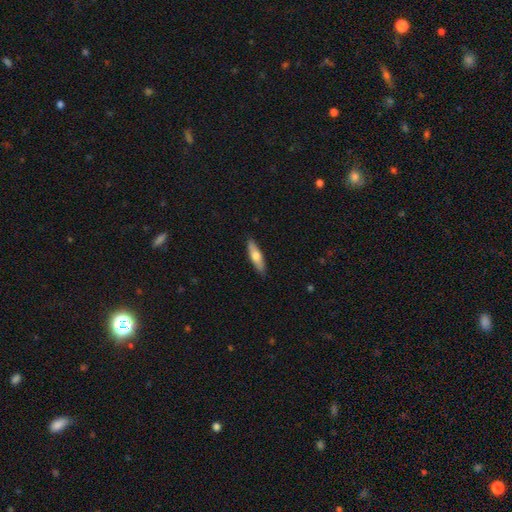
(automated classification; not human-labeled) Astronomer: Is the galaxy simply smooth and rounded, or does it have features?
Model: smooth — 63%.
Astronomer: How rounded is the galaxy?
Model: cigar-shaped — 65%.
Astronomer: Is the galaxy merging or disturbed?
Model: none — 89%.